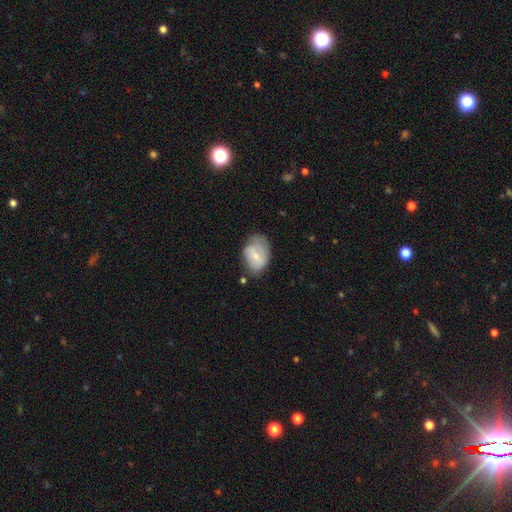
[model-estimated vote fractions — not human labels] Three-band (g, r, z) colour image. It shows a smooth galaxy with no disk features (51%) that is in between round and cigar-shaped (80%). Merging: none (45%).